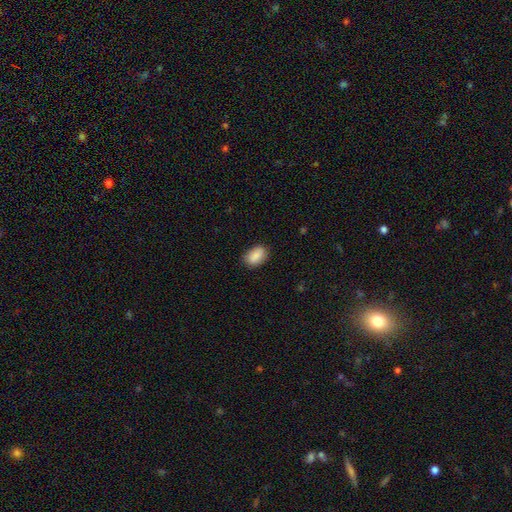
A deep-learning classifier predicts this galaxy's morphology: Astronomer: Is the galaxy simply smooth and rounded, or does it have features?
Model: smooth — 88%.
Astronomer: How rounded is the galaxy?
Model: in between — 90%.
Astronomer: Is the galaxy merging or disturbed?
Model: none — 84%.